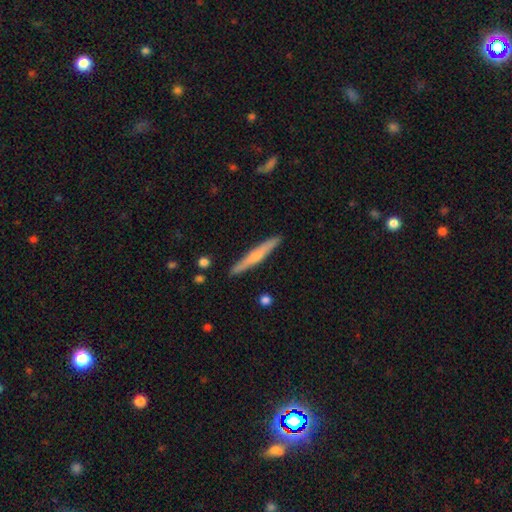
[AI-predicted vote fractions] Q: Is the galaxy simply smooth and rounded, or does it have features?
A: featured or disk — 52%.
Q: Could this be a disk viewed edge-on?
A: yes — 96%.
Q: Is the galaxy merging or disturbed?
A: none — 91%.